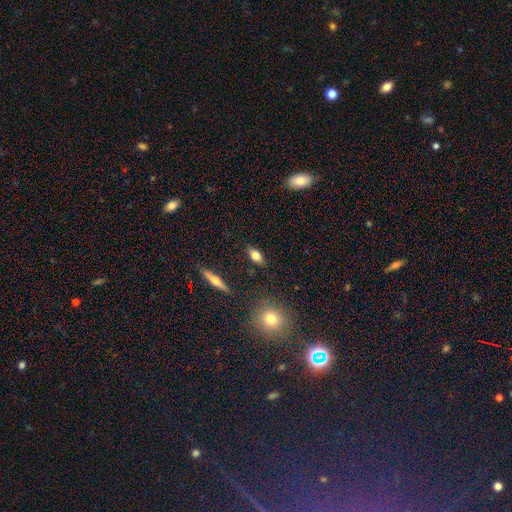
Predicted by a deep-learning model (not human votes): A smooth galaxy with no disk features (70%) that is in between round and cigar-shaped (77%).

Vote fractions:
- Smooth or featured? smooth: 70% / featured or disk: 22% / star or artifact: 9%
- How rounded? in between: 77% / cigar-shaped: 14% / round: 9%
- Merging? none: 85% / minor disturbance: 10% / major disturbance: 3% / merger: 2%